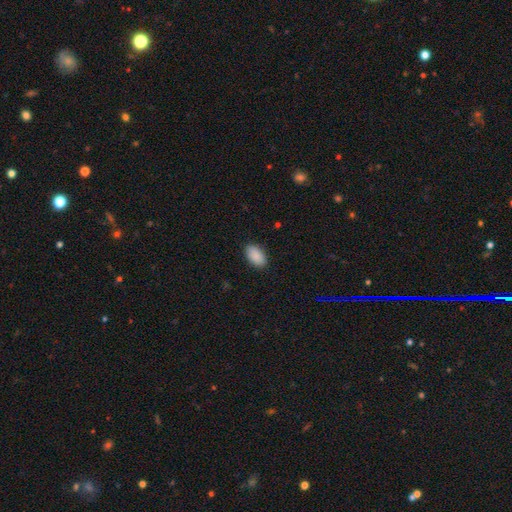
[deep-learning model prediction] Smooth or featured? Predicted: smooth (p=0.90). How rounded? Predicted: in between (p=0.94). Merging? Predicted: none (p=0.89).